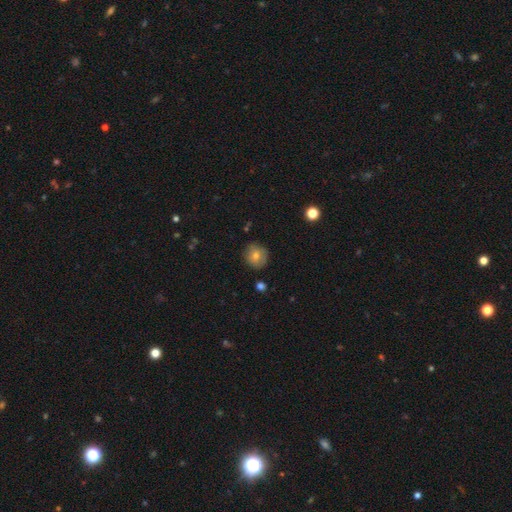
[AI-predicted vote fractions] Smooth or featured? Predicted: smooth (p=0.70). How rounded? Predicted: round (p=0.88). Merging? Predicted: none (p=0.81).